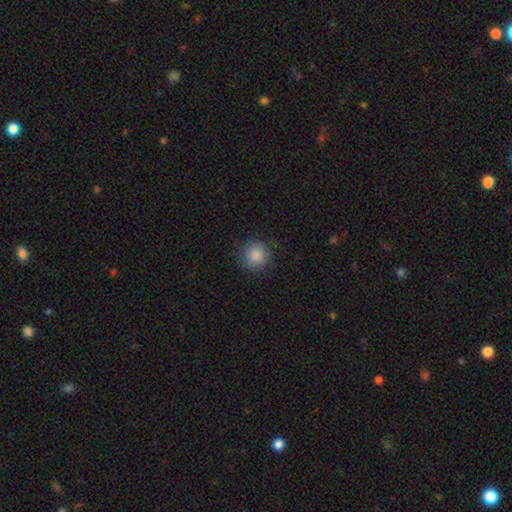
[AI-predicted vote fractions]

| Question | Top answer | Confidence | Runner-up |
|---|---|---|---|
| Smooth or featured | smooth | 87% | star or artifact (10%) |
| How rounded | round | 93% | in between (6%) |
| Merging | none | 89% | minor disturbance (8%) |